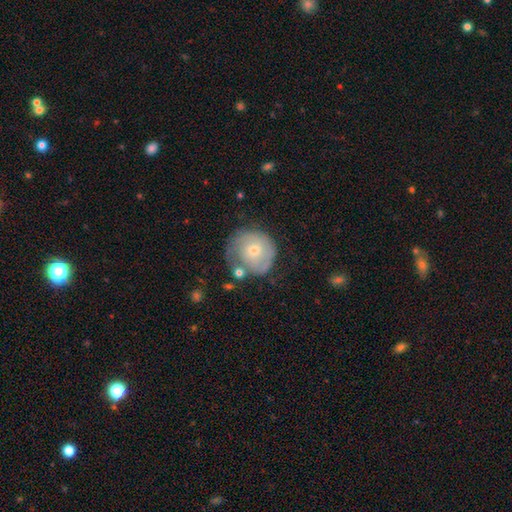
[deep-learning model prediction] A featured or disk galaxy (52%).

Vote fractions:
- Smooth or featured? featured or disk: 52% / smooth: 40% / star or artifact: 8%
- Edge-on disk? no: 97% / yes: 3%
- Merging? none: 59% / minor disturbance: 24% / major disturbance: 11% / merger: 6%